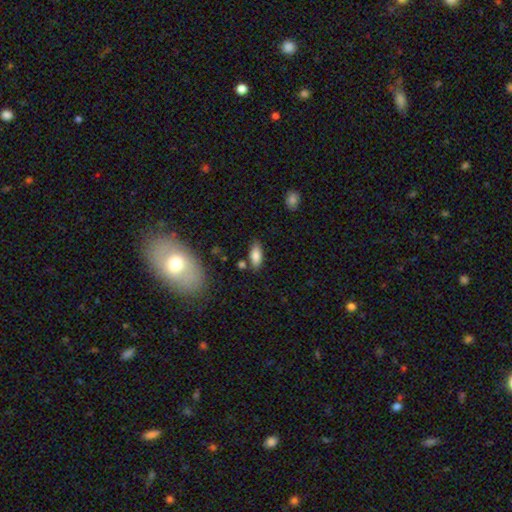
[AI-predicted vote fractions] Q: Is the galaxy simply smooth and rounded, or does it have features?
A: smooth — 83%.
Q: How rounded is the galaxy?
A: in between — 84%.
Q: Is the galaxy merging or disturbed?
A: none — 79%.